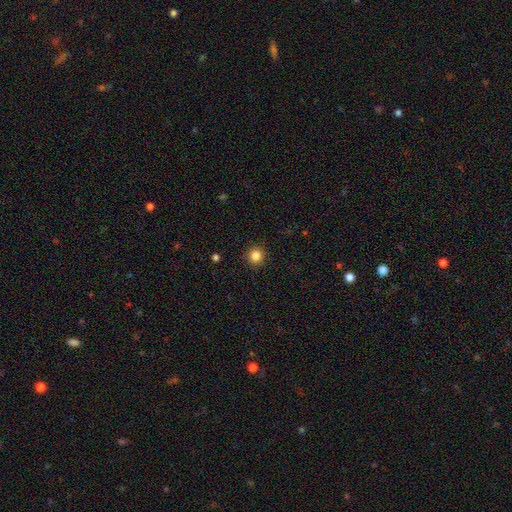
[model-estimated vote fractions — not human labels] This appears to be a smooth galaxy with no disk features (85%) that is round (94%). Merging: none (92%).